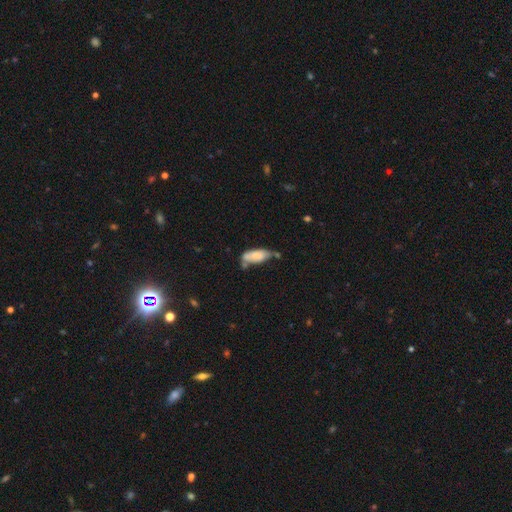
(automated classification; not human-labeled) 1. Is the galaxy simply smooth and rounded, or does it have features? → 75% smooth, 17% featured or disk, 7% star or artifact.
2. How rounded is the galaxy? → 76% in between, 22% cigar-shaped, 2% round.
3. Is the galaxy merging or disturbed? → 36% none, 29% minor disturbance, 24% merger, 11% major disturbance.